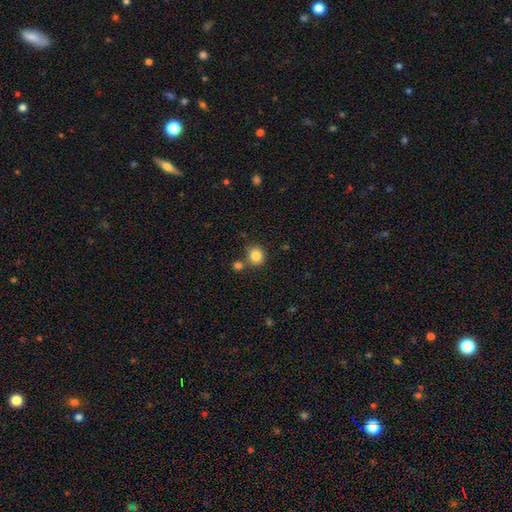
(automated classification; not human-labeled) Smooth or featured? smooth (85%)
How rounded? round (84%)
Merging? none (74%)